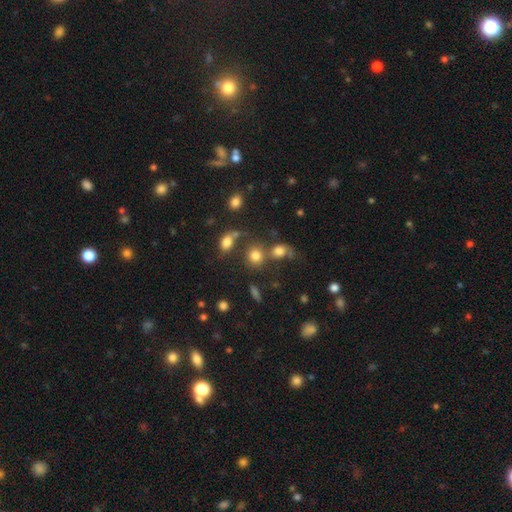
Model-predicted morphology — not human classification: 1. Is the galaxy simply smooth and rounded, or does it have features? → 77% smooth, 14% star or artifact, 9% featured or disk.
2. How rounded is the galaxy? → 74% round, 24% in between, 1% cigar-shaped.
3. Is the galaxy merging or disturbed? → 55% none, 27% merger, 11% minor disturbance, 7% major disturbance.